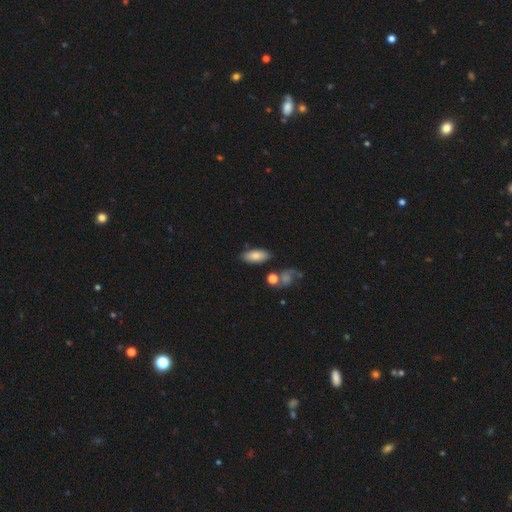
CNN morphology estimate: This appears to be a smooth galaxy with no disk features (79%) that is in between round and cigar-shaped (84%). Merging: none (75%).